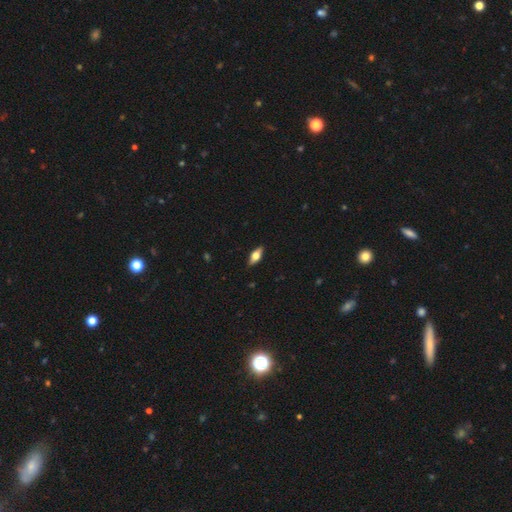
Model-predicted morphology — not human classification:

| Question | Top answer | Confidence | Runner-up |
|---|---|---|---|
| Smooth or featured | featured or disk | 48% | smooth (45%) |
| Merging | none | 87% | minor disturbance (10%) |